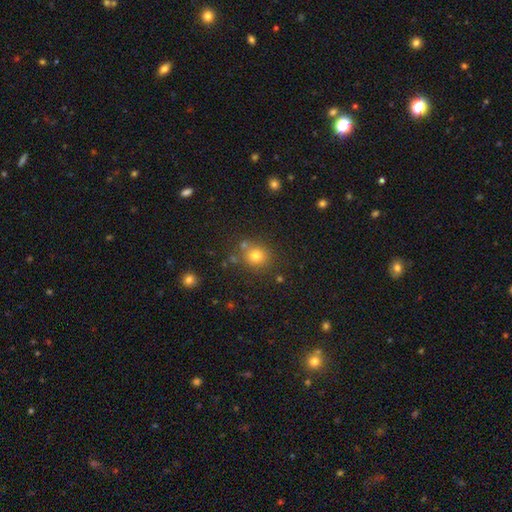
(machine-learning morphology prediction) This is likely a smooth galaxy (76%). How rounded: clearly round (85%). Merging: likely none (75%).